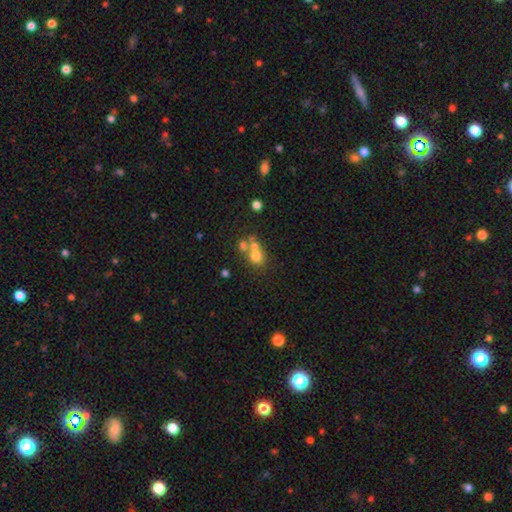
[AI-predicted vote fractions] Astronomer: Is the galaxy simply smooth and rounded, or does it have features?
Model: smooth — 66%.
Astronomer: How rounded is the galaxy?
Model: round — 74%.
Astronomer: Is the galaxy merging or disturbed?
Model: merger — 51% (runner-up: none, 36%).